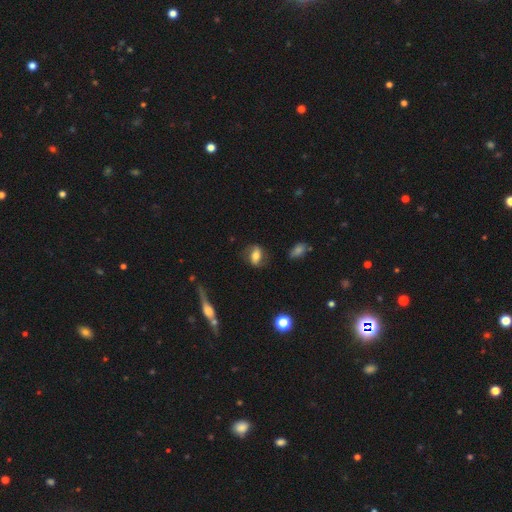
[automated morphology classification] Overall: featured or disk (47%; smooth 44%). Merging: none (70%).